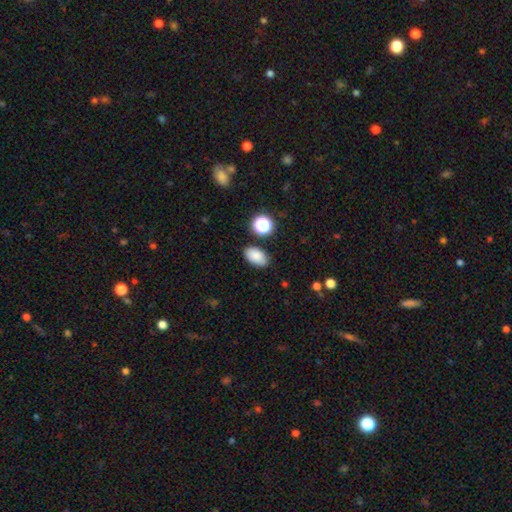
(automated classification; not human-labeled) smooth 84%, star or artifact 10%, featured or disk 6%. Down the decision tree: how rounded — in between (90%); merging — none (83%).